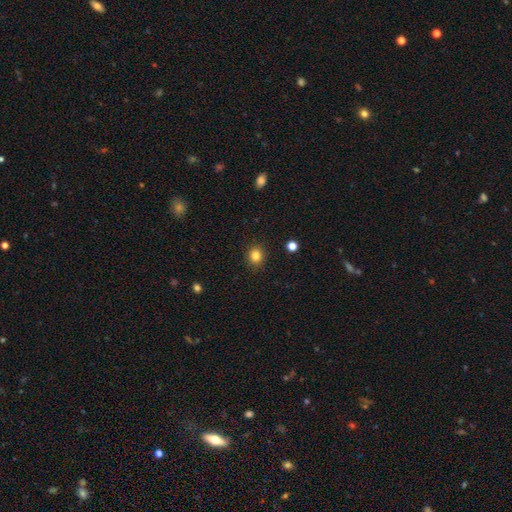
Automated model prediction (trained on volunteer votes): A smooth galaxy with no disk features (84%) that is round (80%).

Vote fractions:
- Smooth or featured? smooth: 84% / star or artifact: 12% / featured or disk: 5%
- How rounded? round: 80% / in between: 19% / cigar-shaped: 1%
- Merging? none: 90% / minor disturbance: 6% / major disturbance: 2% / merger: 1%